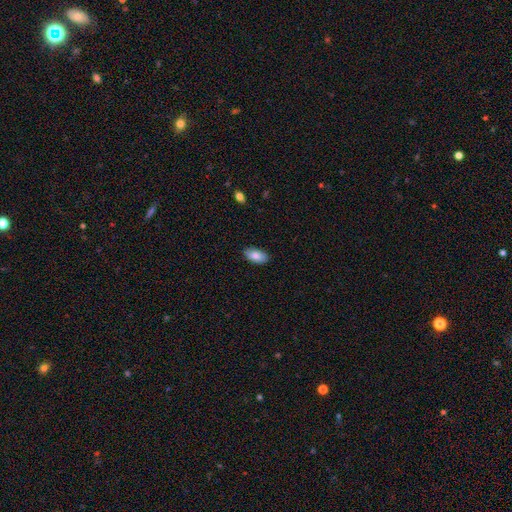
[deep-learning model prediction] Overall: smooth (86%). How rounded: in between (94%). Merging: none (87%).